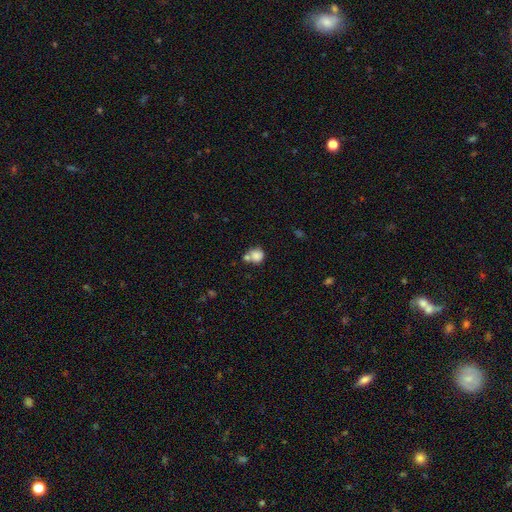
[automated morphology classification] Q: Smooth or featured?
A: smooth (81%); runner-up: featured or disk (9%)
Q: How rounded?
A: round (81%); runner-up: in between (18%)
Q: Merging?
A: none (44%); runner-up: merger (37%)